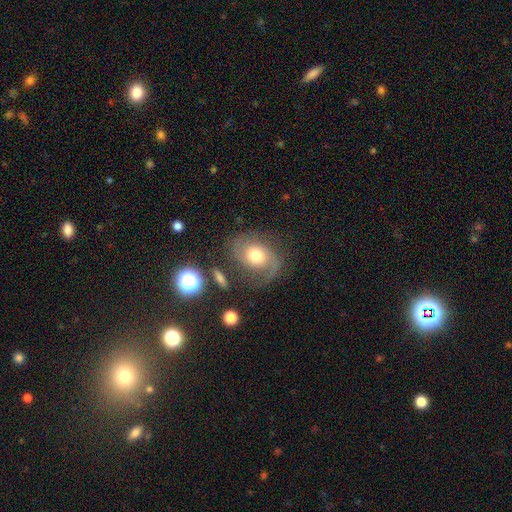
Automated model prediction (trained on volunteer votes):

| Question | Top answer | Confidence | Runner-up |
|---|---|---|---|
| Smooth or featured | featured or disk | 72% | smooth (19%) |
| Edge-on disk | no | 97% | yes (3%) |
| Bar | no | 70% | weak (25%) |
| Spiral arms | yes | 93% | no (7%) |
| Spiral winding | medium | 50% | loose (26%) |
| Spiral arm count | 2 | 87% | can't tell (5%) |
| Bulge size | moderate | 66% | large (23%) |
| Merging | none | 69% | minor disturbance (17%) |